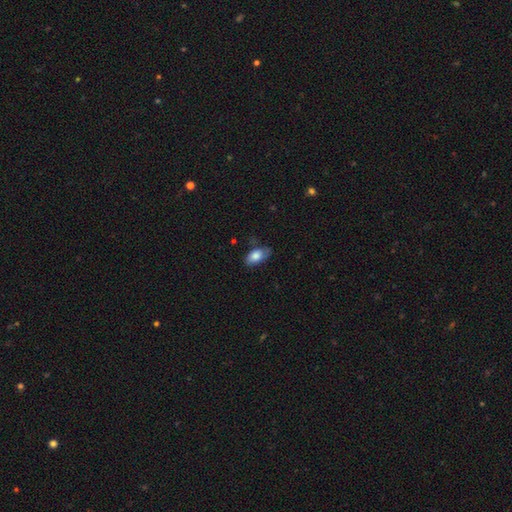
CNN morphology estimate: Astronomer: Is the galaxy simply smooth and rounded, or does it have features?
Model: smooth — 79%.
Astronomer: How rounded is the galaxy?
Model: in between — 91%.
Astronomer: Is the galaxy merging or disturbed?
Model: none — 62%.